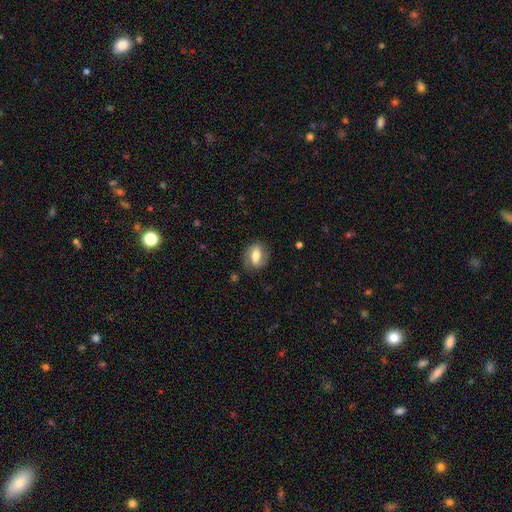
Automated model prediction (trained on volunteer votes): Smooth or featured? Predicted: smooth (p=0.59). How rounded? Predicted: in between (p=0.68). Merging? Predicted: none (p=0.78).